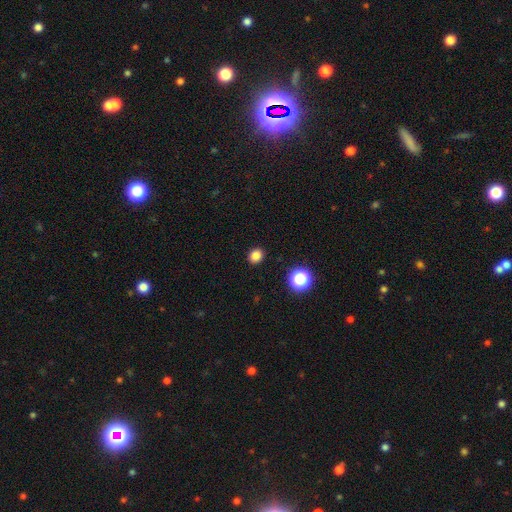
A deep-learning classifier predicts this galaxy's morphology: Smooth or featured?
  - smooth: 83% *
  - star or artifact: 13%
  - featured or disk: 3%
How rounded?
  - round: 66% *
  - in between: 33%
  - cigar-shaped: 1%
Merging?
  - none: 91% *
  - minor disturbance: 6%
  - major disturbance: 2%
  - merger: 1%